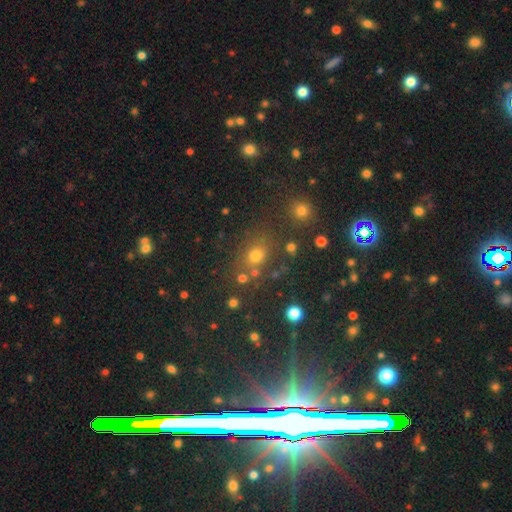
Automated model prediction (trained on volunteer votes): Q: Smooth or featured?
A: smooth (63%); runner-up: star or artifact (28%)
Q: How rounded?
A: round (63%); runner-up: in between (35%)
Q: Merging?
A: none (72%); runner-up: minor disturbance (12%)